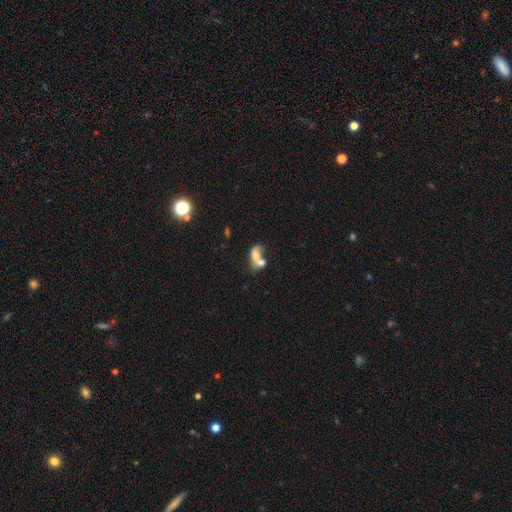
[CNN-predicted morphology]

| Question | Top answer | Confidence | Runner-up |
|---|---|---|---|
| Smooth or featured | smooth | 59% | featured or disk (29%) |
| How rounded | in between | 80% | round (15%) |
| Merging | merger | 60% | none (18%) |